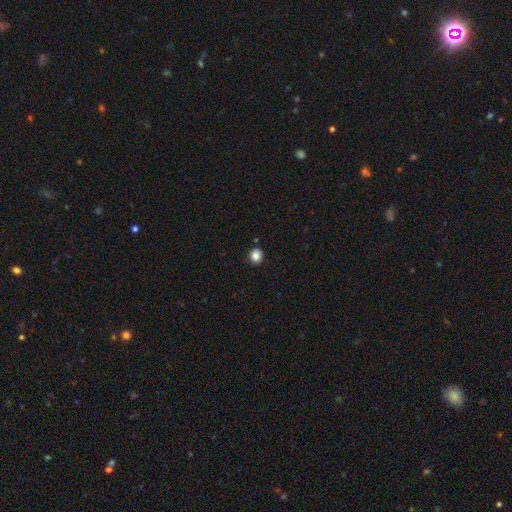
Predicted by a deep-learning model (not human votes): smooth-or-featured: smooth: 85% | star or artifact: 10% | featured or disk: 5%
  how-rounded: round: 80% | in between: 19% | cigar-shaped: 1%
  merging: none: 90% | minor disturbance: 7% | merger: 2% | major disturbance: 2%